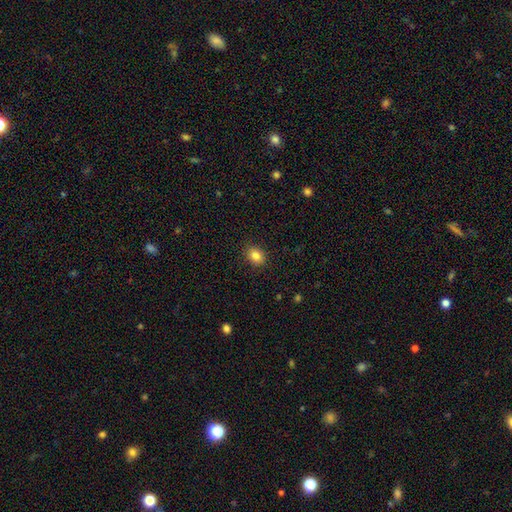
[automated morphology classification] A smooth galaxy with no disk features (85%) that is in between round and cigar-shaped (53%).

Vote fractions:
- Smooth or featured? smooth: 85% / star or artifact: 10% / featured or disk: 6%
- How rounded? in between: 53% / round: 46% / cigar-shaped: 1%
- Merging? none: 89% / minor disturbance: 8% / major disturbance: 2% / merger: 1%